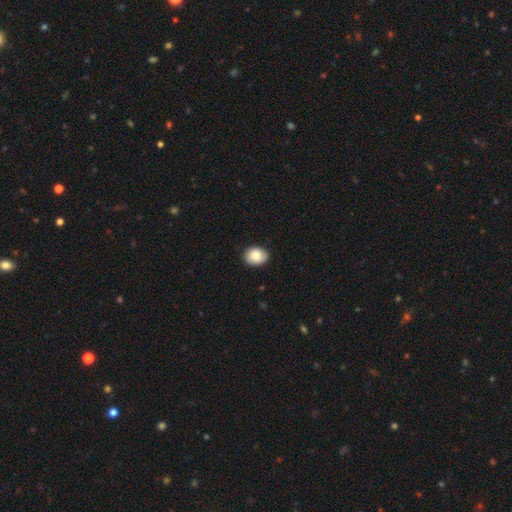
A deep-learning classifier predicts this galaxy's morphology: Smooth or featured? Predicted: smooth (p=0.85). How rounded? Predicted: in between (p=0.61). Merging? Predicted: none (p=0.86).